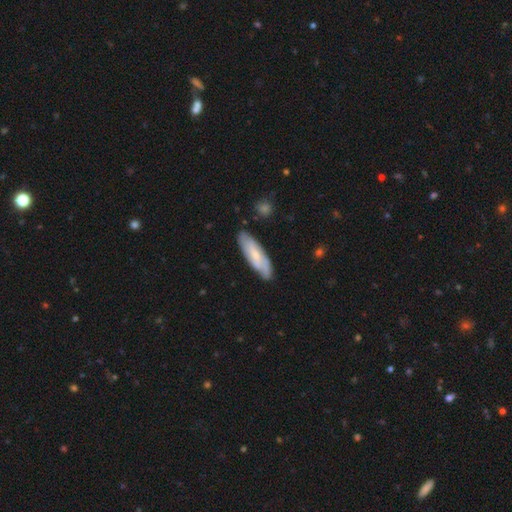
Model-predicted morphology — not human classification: smooth-or-featured: smooth: 48% | featured or disk: 46% | star or artifact: 6%
  merging: none: 77% | minor disturbance: 17% | major disturbance: 4% | merger: 2%